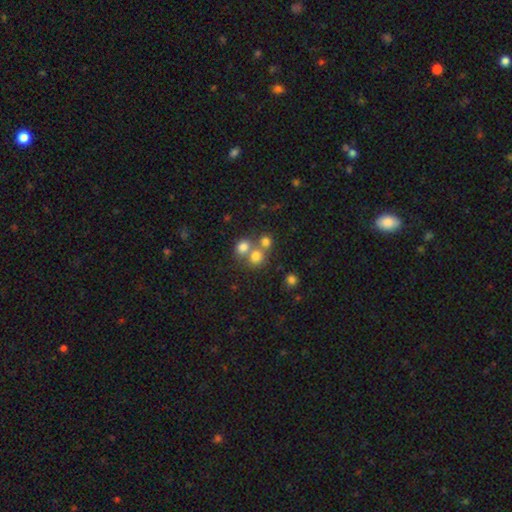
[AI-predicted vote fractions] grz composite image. It shows a smooth galaxy with no disk features (73%) that is round (79%). Merging: none (45%).